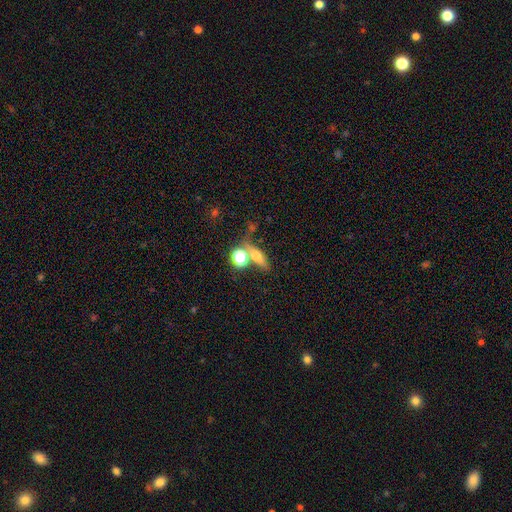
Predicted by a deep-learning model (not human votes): Smooth or featured?
  - smooth: 47% *
  - featured or disk: 36%
  - star or artifact: 17%
Merging?
  - none: 62% *
  - merger: 20%
  - minor disturbance: 12%
  - major disturbance: 6%